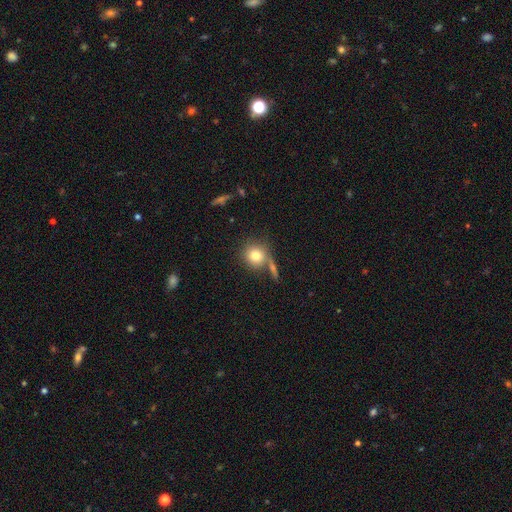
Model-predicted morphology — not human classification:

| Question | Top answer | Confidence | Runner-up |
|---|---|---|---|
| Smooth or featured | smooth | 79% | featured or disk (11%) |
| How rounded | round | 88% | in between (10%) |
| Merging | none | 63% | merger (20%) |